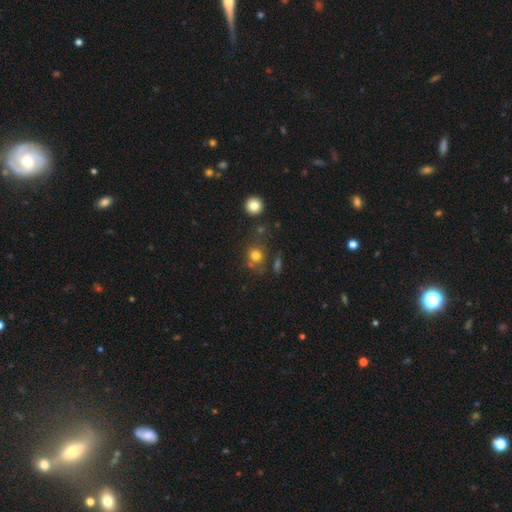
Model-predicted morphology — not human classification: Smooth or featured? Predicted: smooth (p=0.75). How rounded? Predicted: round (p=0.76). Merging? Predicted: none (p=0.65).